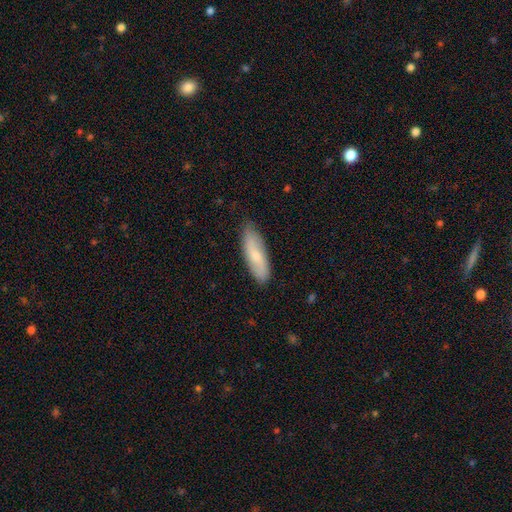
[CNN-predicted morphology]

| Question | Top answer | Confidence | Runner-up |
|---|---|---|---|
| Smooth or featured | smooth | 63% | featured or disk (31%) |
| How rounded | cigar-shaped | 52% | in between (46%) |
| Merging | none | 83% | minor disturbance (14%) |